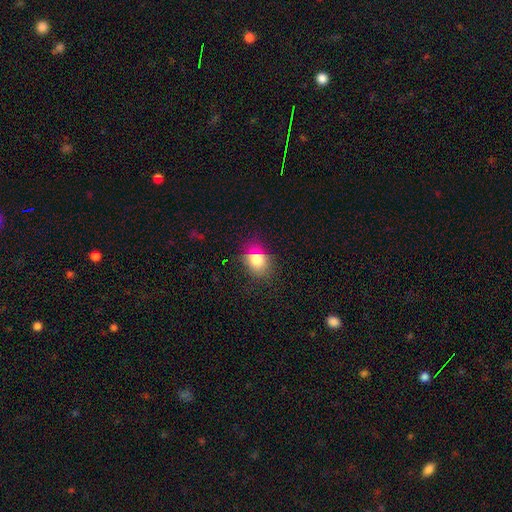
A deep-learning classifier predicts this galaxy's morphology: Smooth or featured? smooth (77%)
How rounded? in between (51%)
Merging? none (73%)